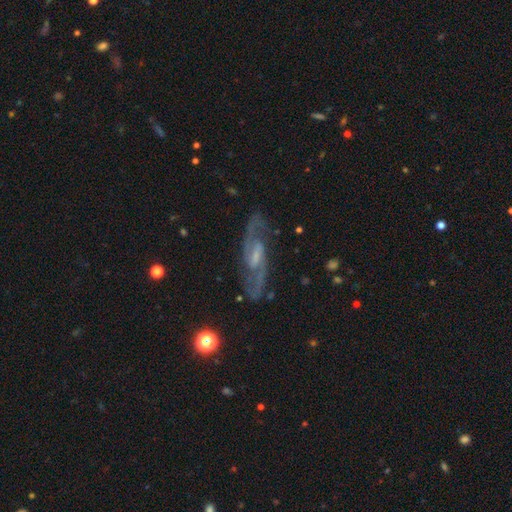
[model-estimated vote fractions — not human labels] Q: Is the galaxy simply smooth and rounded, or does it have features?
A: featured or disk — 87%.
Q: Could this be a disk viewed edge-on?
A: no — 91%.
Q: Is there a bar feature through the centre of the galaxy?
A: weak — 53%.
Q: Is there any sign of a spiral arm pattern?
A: yes — 96%.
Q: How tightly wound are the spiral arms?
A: medium — 58%.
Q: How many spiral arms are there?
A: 2 — 91%.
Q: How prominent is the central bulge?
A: small — 40%.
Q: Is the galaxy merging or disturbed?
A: none — 80%.